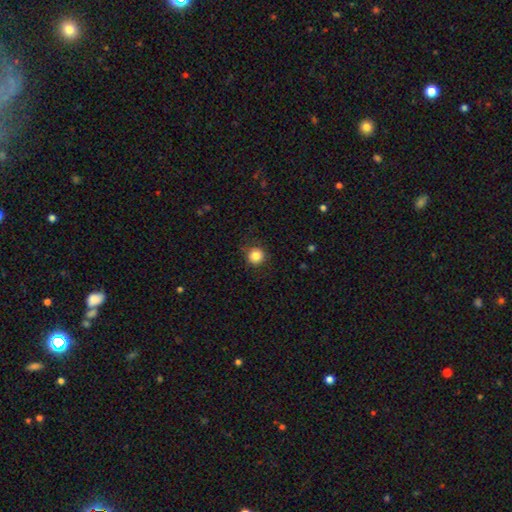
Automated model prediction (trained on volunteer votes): Overall: smooth (84%). How rounded: round (94%). Merging: none (89%).